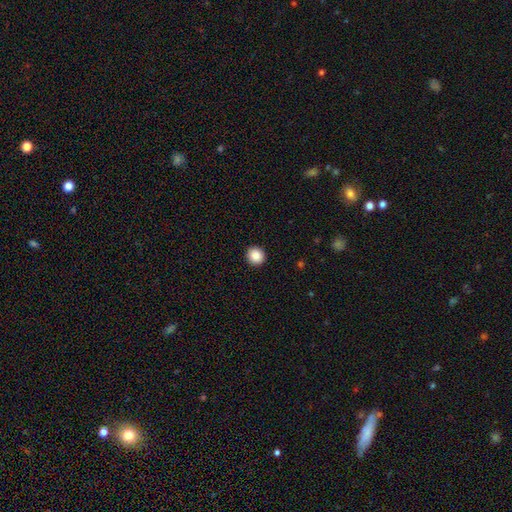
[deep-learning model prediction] This is clearly a smooth galaxy (88%). How rounded: clearly round (92%). Merging: clearly none (92%).